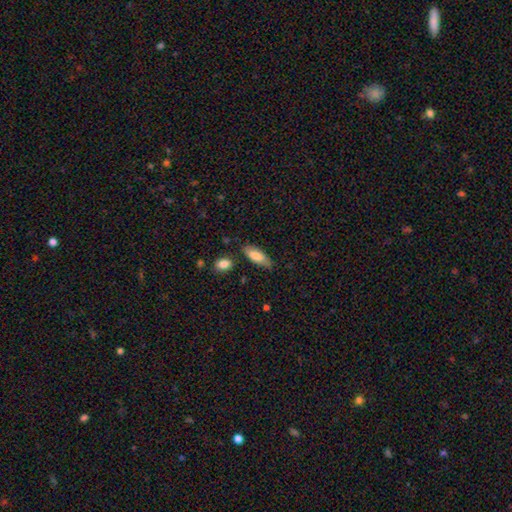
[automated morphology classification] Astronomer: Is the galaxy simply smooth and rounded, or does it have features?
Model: smooth — 79%.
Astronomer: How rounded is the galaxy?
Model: in between — 71%.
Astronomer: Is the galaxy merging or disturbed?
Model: none — 75%.